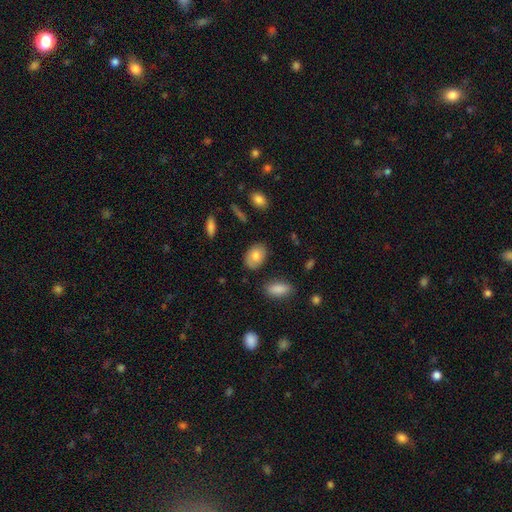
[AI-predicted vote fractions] A smooth galaxy with no disk features (75%) that is in between round and cigar-shaped (85%).

Vote fractions:
- Smooth or featured? smooth: 75% / featured or disk: 17% / star or artifact: 7%
- How rounded? in between: 85% / round: 13% / cigar-shaped: 1%
- Merging? none: 81% / minor disturbance: 14% / major disturbance: 3% / merger: 2%